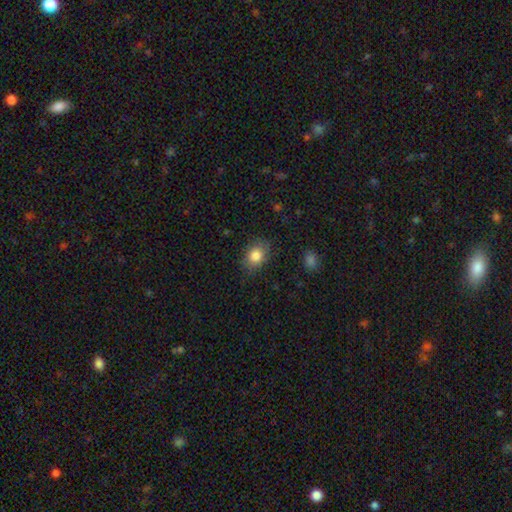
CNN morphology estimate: smooth_or_featured: smooth (p=0.83) [alt: star or artifact p=0.09]
how_rounded: in between (p=0.63) [alt: round p=0.35]
merging: none (p=0.80) [alt: minor disturbance p=0.15]